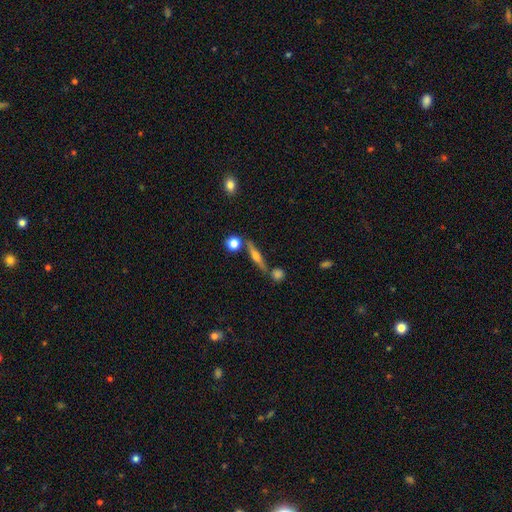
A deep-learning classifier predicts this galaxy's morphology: Smooth or featured? Predicted: featured or disk (p=0.60). Edge-on disk? Predicted: yes (p=0.95). Edge-on bulge? Predicted: rounded (p=0.89). Merging? Predicted: none (p=0.77).